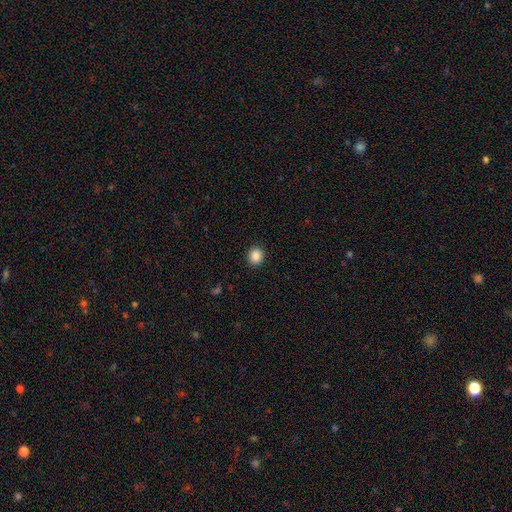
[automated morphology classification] Smooth or featured: smooth — 88% (star or artifact — 9%)
How rounded: round — 72% (in between — 27%)
Merging: none — 91% (minor disturbance — 6%)